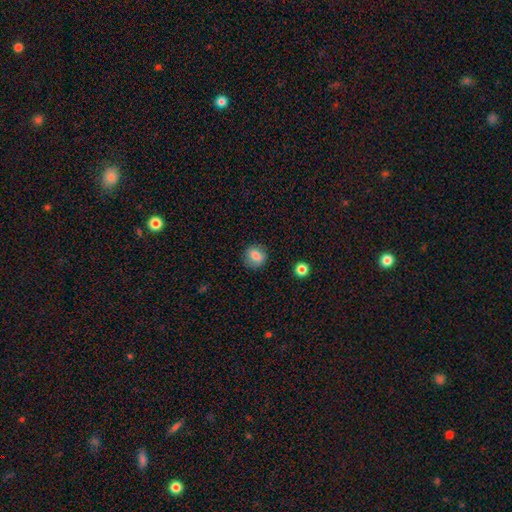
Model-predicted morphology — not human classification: Smooth or featured: smooth — 82% (star or artifact — 9%)
How rounded: round — 77% (in between — 22%)
Merging: none — 84% (minor disturbance — 11%)